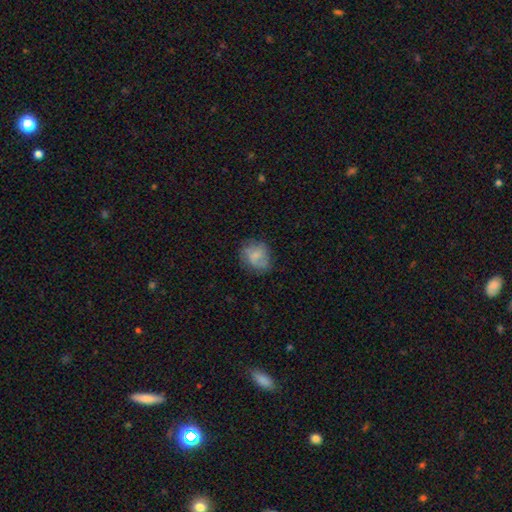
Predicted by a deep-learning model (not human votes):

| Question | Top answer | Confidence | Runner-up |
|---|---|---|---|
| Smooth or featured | smooth | 60% | featured or disk (30%) |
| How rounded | round | 64% | in between (35%) |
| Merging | none | 61% | minor disturbance (24%) |